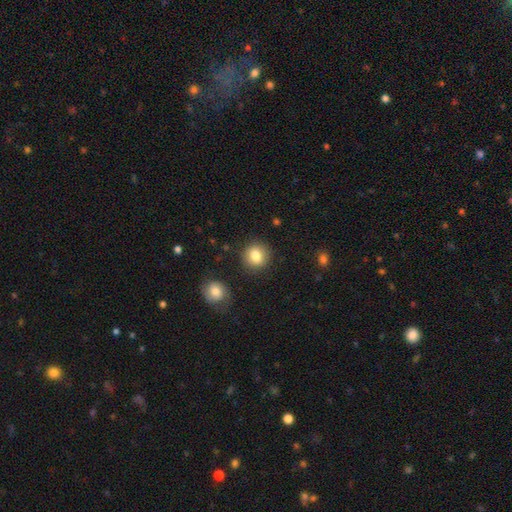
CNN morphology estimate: smooth_or_featured: smooth (p=0.82) [alt: star or artifact p=0.09]
how_rounded: round (p=0.86) [alt: in between p=0.13]
merging: none (p=0.87) [alt: minor disturbance p=0.08]